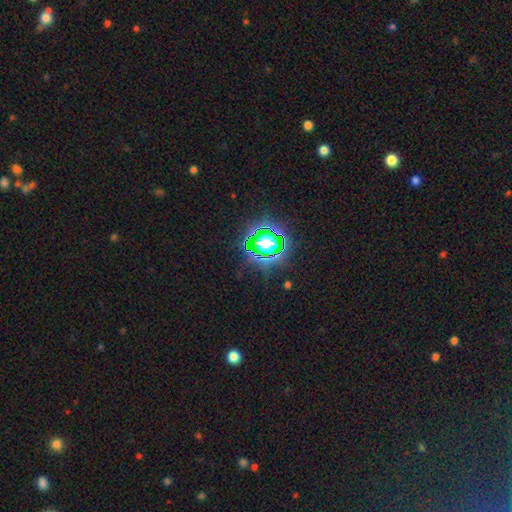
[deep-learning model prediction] Smooth or featured? Predicted: star or artifact (p=0.65).